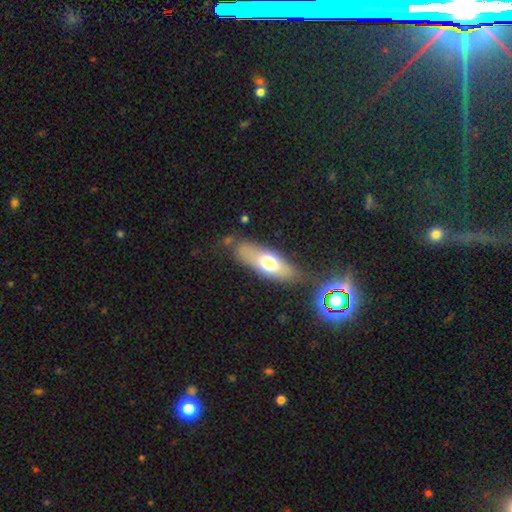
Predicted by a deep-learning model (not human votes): Smooth or featured? Predicted: smooth (p=0.47). Merging? Predicted: none (p=0.75).